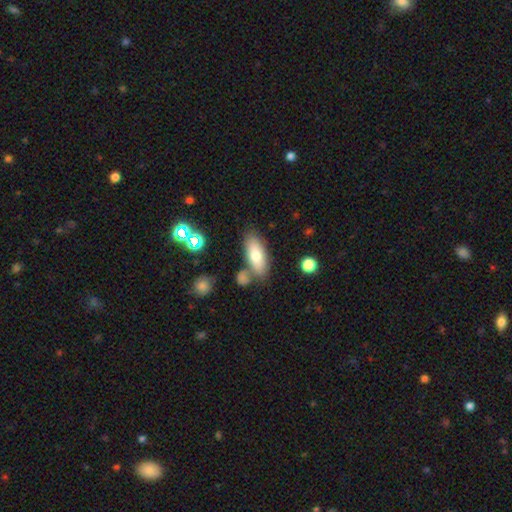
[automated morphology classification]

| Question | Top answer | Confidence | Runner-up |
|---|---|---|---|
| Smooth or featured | smooth | 75% | featured or disk (18%) |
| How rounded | in between | 75% | cigar-shaped (22%) |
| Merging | none | 69% | minor disturbance (14%) |